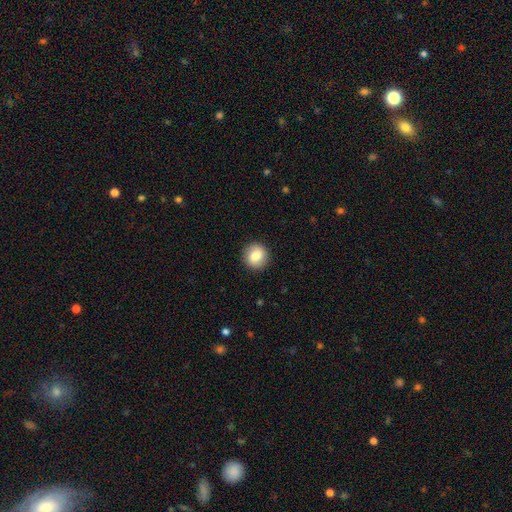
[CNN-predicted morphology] Smooth or featured? Predicted: smooth (p=0.80). How rounded? Predicted: round (p=0.90). Merging? Predicted: none (p=0.90).